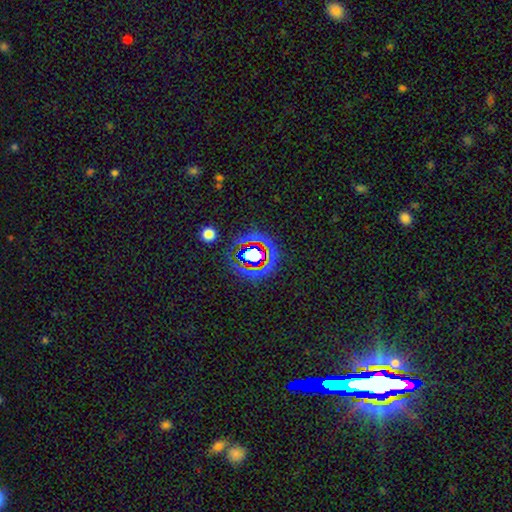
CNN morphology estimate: Q: Smooth or featured?
A: star or artifact (65%); runner-up: smooth (22%)